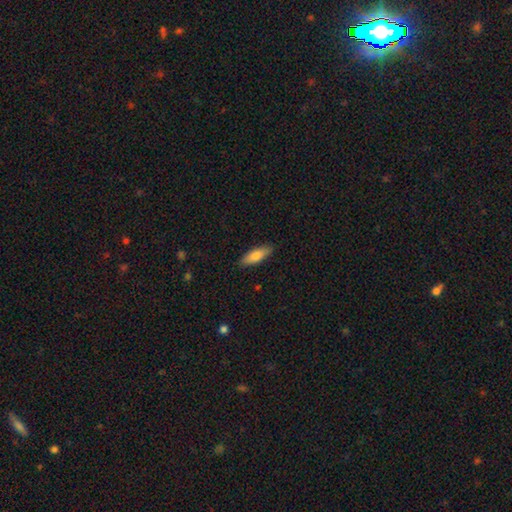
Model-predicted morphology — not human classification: smooth 77%, featured or disk 17%, star or artifact 6%. Down the decision tree: how rounded — in between (57%); merging — none (88%).